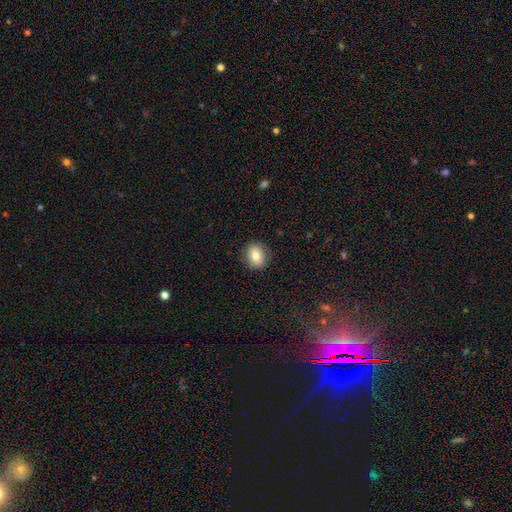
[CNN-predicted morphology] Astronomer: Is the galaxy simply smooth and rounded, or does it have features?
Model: smooth — 77%.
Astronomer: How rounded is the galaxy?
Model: round — 67%.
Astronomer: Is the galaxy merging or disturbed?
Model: none — 87%.